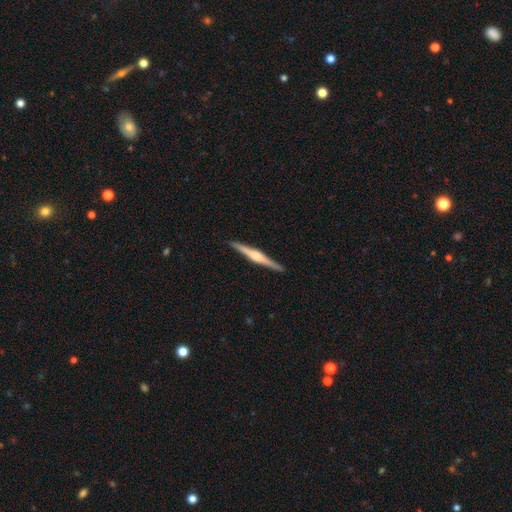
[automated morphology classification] Smooth or featured? Predicted: featured or disk (p=0.76). Edge-on disk? Predicted: yes (p=0.99). Edge-on bulge? Predicted: rounded (p=0.72). Merging? Predicted: none (p=0.92).